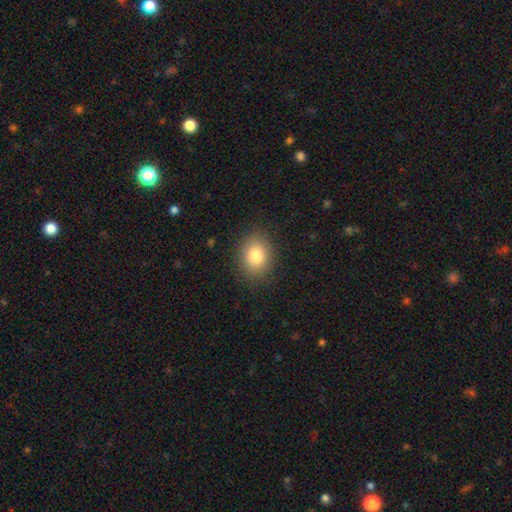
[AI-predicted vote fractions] Overall: smooth (81%). How rounded: round (51%; in between 49%). Merging: none (87%).